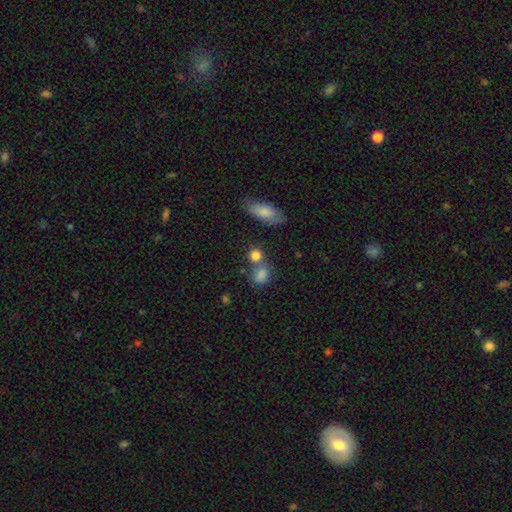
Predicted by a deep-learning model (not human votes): smooth-or-featured: smooth: 82% | star or artifact: 11% | featured or disk: 7%
  how-rounded: round: 66% | in between: 31% | cigar-shaped: 3%
  merging: none: 53% | merger: 30% | minor disturbance: 12% | major disturbance: 5%